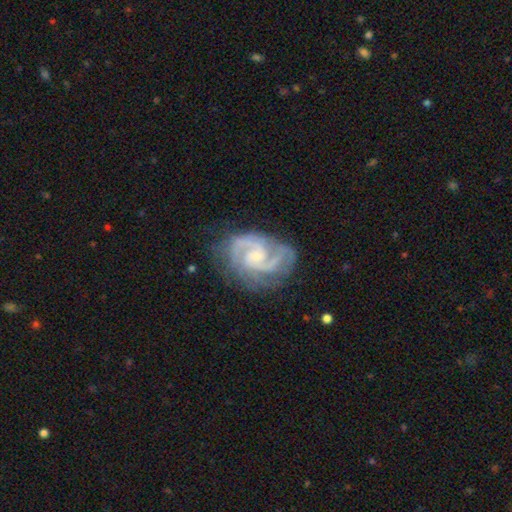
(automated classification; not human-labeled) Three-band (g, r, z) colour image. It shows a featured or disk galaxy (91%) with no bar (56%), 2 (57%) medium (49%) spiral arms (98%) and a small central bulge (70%). Merging: none (71%).